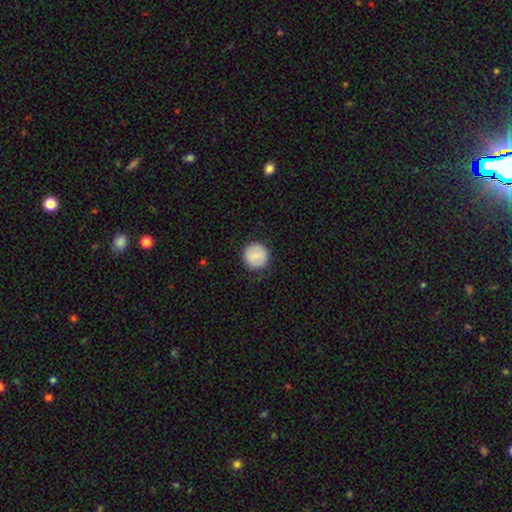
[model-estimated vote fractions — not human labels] Q: Smooth or featured?
A: smooth (79%); runner-up: featured or disk (14%)
Q: How rounded?
A: round (93%); runner-up: in between (6%)
Q: Merging?
A: none (86%); runner-up: minor disturbance (10%)